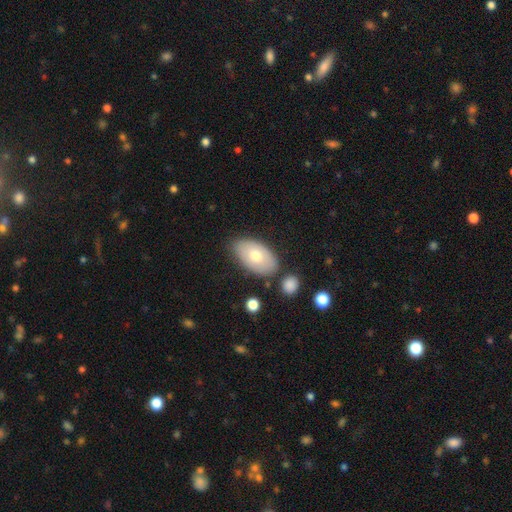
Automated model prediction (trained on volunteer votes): A smooth galaxy with no disk features (69%) that is in between round and cigar-shaped (94%).

Vote fractions:
- Smooth or featured? smooth: 69% / featured or disk: 25% / star or artifact: 7%
- How rounded? in between: 94% / round: 5% / cigar-shaped: 2%
- Merging? none: 75% / minor disturbance: 15% / merger: 6% / major disturbance: 4%